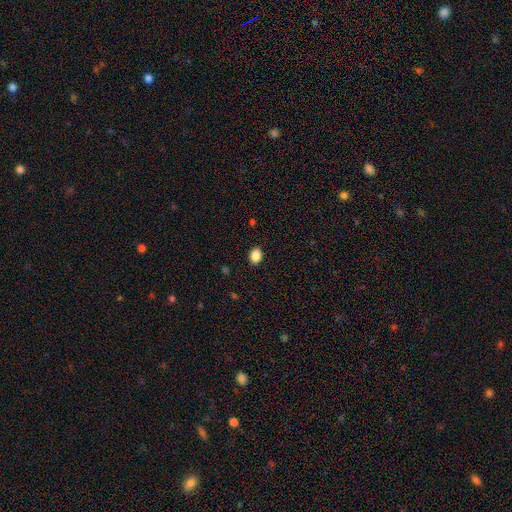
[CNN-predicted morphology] A smooth galaxy with no disk features (87%) that is in between round and cigar-shaped (71%). Merging: none (89%).